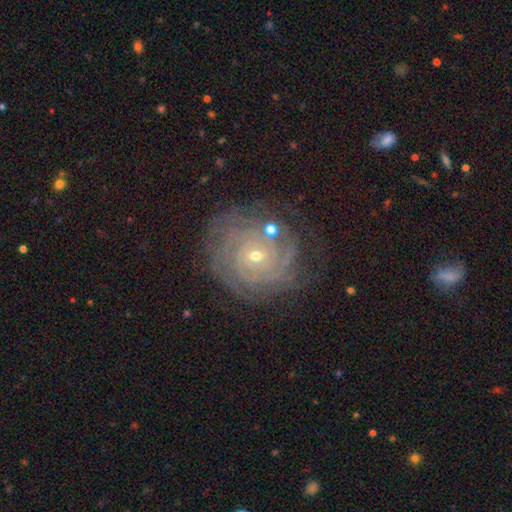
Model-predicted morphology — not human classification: Smooth or featured: featured or disk — 85% (star or artifact — 8%)
Edge-on disk: no — 97% (yes — 3%)
Bar: no — 74% (weak — 19%)
Spiral arms: yes — 97% (no — 3%)
Spiral winding: tight — 85% (medium — 13%)
Spiral arm count: can't tell — 29% (4 — 20%)
Bulge size: small — 70% (moderate — 27%)
Merging: none — 77% (minor disturbance — 15%)